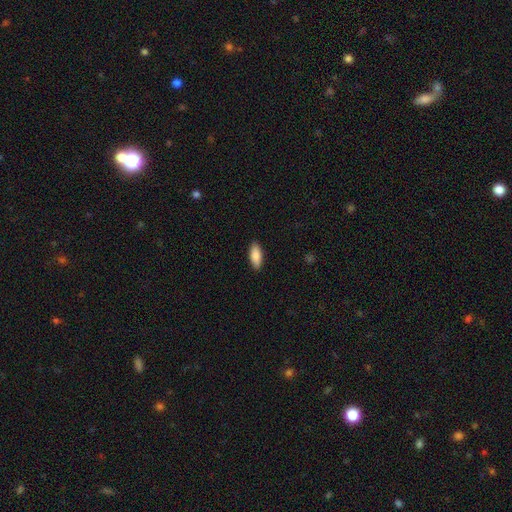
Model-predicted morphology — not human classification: smooth-or-featured: smooth: 87% | featured or disk: 8% | star or artifact: 6%
  how-rounded: in between: 77% | cigar-shaped: 21% | round: 2%
  merging: none: 89% | minor disturbance: 8% | major disturbance: 2% | merger: 1%